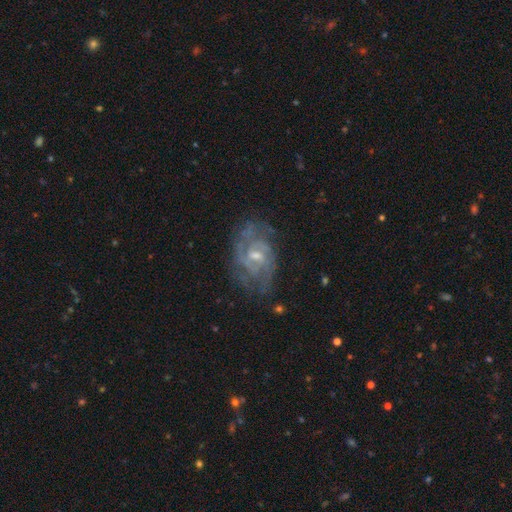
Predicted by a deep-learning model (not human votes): The model was most divided on "bulge size": moderate: 48%, small: 45%, none: 5%, large: 2%, dominant: 1%. Remaining: edge-on disk — no (97%); spiral arms — yes (94%); smooth or featured — featured or disk (85%); merging — none (69%); bar — weak (55%); spiral winding — tight (50%); spiral arm count — 2 (42%).